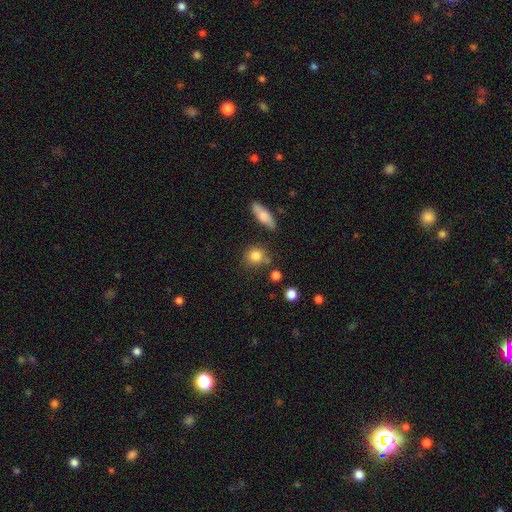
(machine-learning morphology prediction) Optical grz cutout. It shows a smooth galaxy with no disk features (83%) that is round (76%). Merging: none (69%).